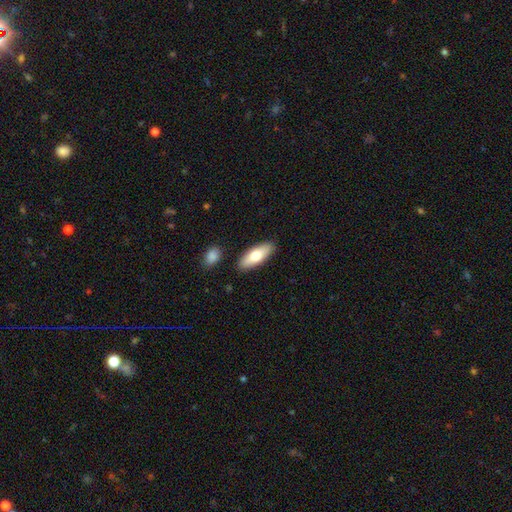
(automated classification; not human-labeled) Smooth or featured? Predicted: smooth (p=0.68). How rounded? Predicted: in between (p=0.71). Merging? Predicted: none (p=0.88).